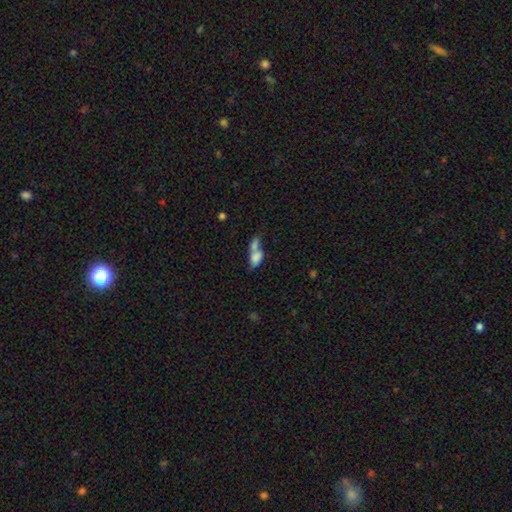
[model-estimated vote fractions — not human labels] smooth 71%, featured or disk 19%, star or artifact 10%. Down the decision tree: how rounded — in between (79%); merging — merger (66%).